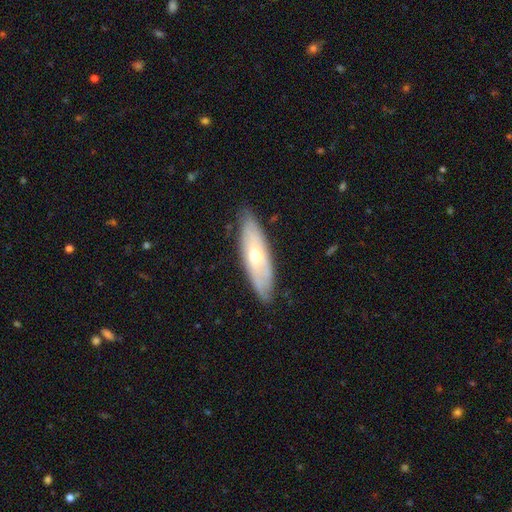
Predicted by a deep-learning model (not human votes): This appears to be a featured or disk galaxy (53%). Merging: none (82%).